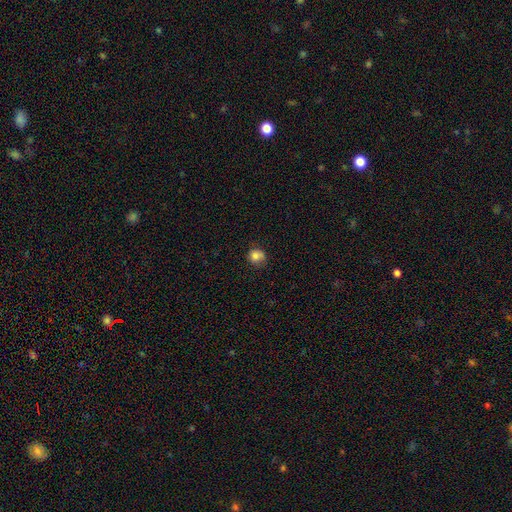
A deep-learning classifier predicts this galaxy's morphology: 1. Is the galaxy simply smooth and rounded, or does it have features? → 80% smooth, 11% star or artifact, 9% featured or disk.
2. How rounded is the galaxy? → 81% round, 18% in between, 1% cigar-shaped.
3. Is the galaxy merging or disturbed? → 64% none, 25% minor disturbance, 8% major disturbance, 3% merger.